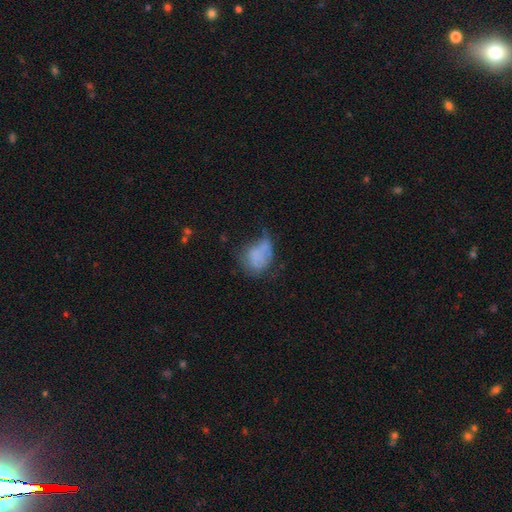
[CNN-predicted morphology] Smooth or featured: smooth — 63% (featured or disk — 23%)
How rounded: in between — 70% (round — 28%)
Merging: minor disturbance — 34% (major disturbance — 31%)